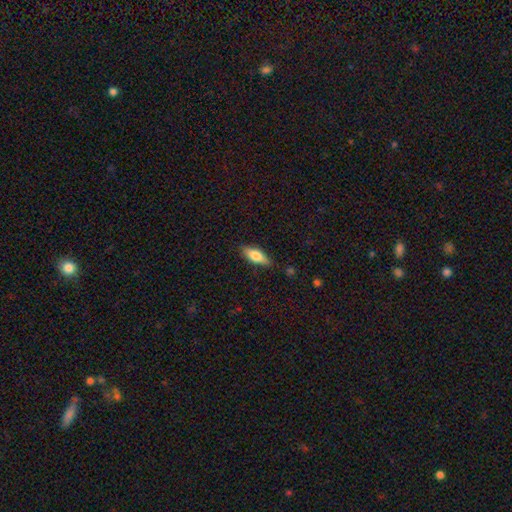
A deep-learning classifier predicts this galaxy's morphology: smooth_or_featured: smooth (p=0.72) [alt: featured or disk p=0.21]
how_rounded: in between (p=0.69) [alt: cigar-shaped p=0.28]
merging: none (p=0.82) [alt: minor disturbance p=0.14]